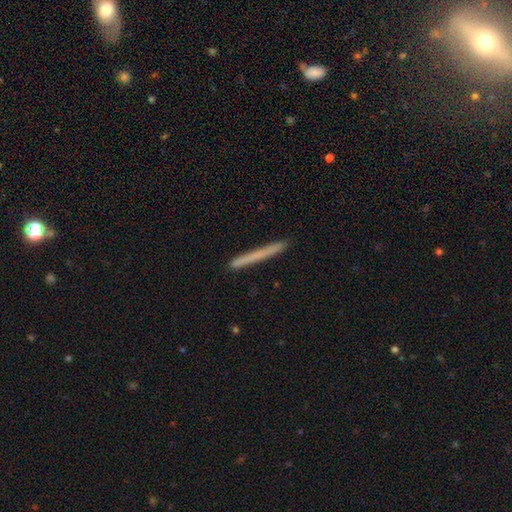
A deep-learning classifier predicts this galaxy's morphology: Smooth or featured?
  - smooth: 64% *
  - featured or disk: 29%
  - star or artifact: 7%
How rounded?
  - cigar-shaped: 97% *
  - in between: 1%
  - round: 1%
Merging?
  - none: 91% *
  - minor disturbance: 6%
  - major disturbance: 1%
  - merger: 1%